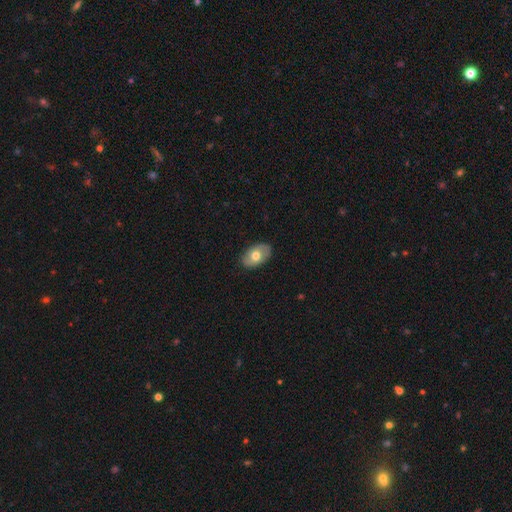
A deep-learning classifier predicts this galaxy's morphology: smooth_or_featured: smooth (p=0.64) [alt: featured or disk p=0.30]
how_rounded: in between (p=0.90) [alt: round p=0.09]
merging: none (p=0.85) [alt: minor disturbance p=0.11]